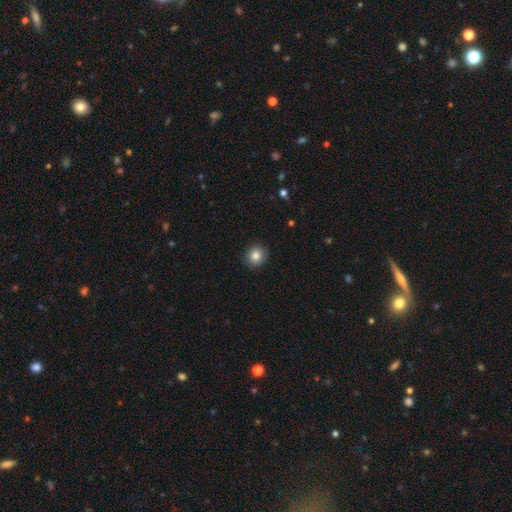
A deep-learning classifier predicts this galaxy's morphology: A smooth galaxy with no disk features (84%) that is round (87%).

Vote fractions:
- Smooth or featured? smooth: 84% / star or artifact: 10% / featured or disk: 6%
- How rounded? round: 87% / in between: 12% / cigar-shaped: 1%
- Merging? none: 91% / minor disturbance: 7% / major disturbance: 2% / merger: 1%